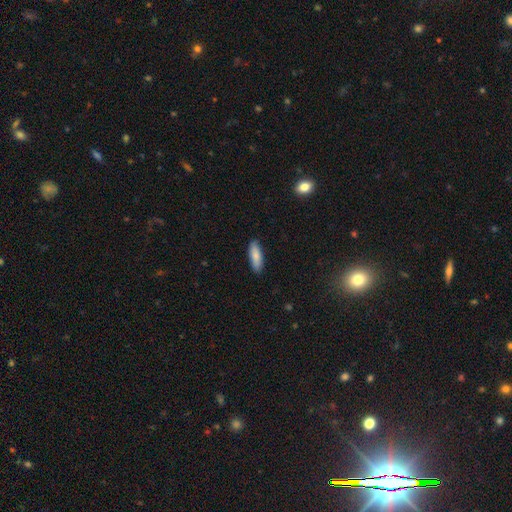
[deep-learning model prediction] Smooth or featured? smooth (85%)
How rounded? in between (57%)
Merging? none (86%)